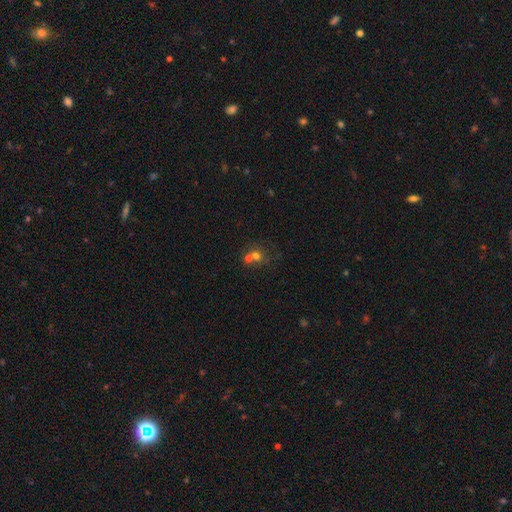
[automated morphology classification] smooth 63%, star or artifact 19%, featured or disk 18%. Down the decision tree: how rounded — round (79%); merging — merger (48%).